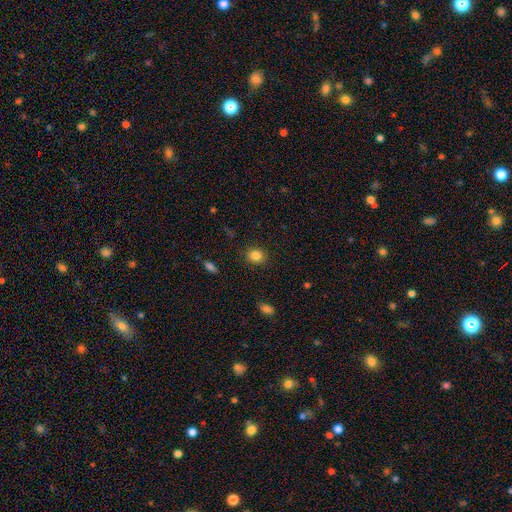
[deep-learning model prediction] Smooth or featured? smooth (84%)
How rounded? round (65%)
Merging? none (87%)